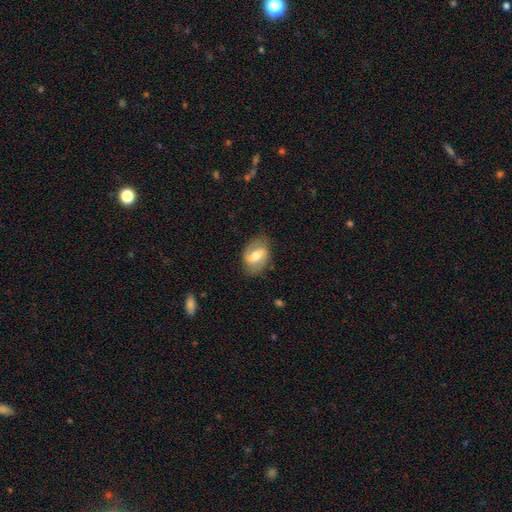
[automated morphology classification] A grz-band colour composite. It shows a featured or disk galaxy (50%). Merging: none (75%).